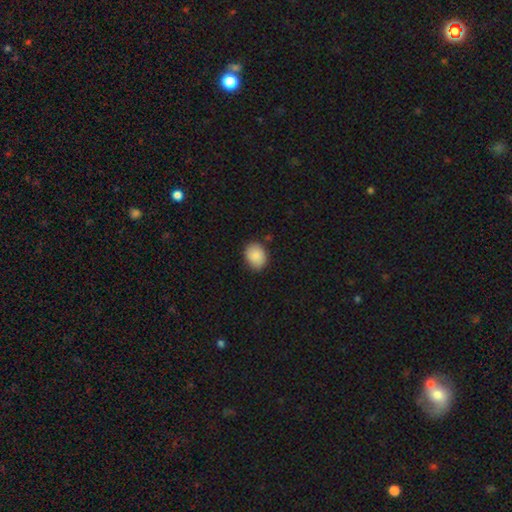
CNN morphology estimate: The model was most divided on "how rounded": in between: 55%, round: 44%, cigar-shaped: 1%. More confident: smooth or featured — smooth (88%); merging — none (81%).